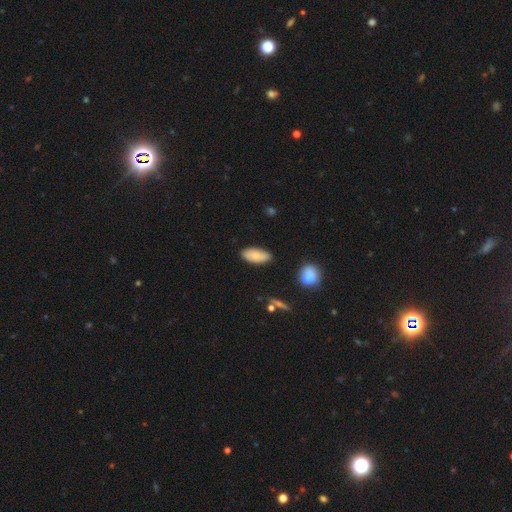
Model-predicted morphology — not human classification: This appears to be a smooth galaxy with no disk features (74%) that is in between round and cigar-shaped (91%). Merging: none (81%).